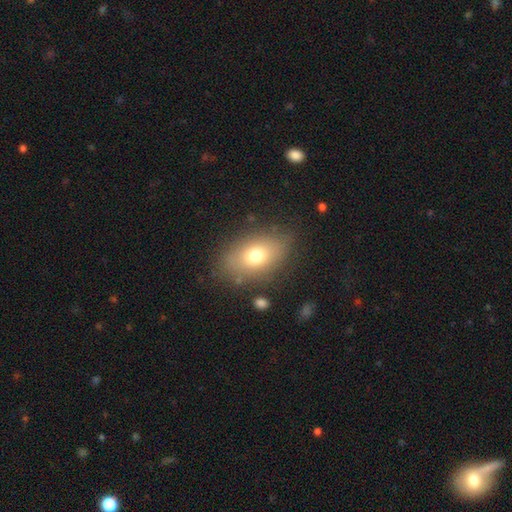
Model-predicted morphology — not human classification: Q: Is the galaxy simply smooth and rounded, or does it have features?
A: smooth — 72%.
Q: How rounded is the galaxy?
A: in between — 84%.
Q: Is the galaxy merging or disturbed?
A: none — 79%.